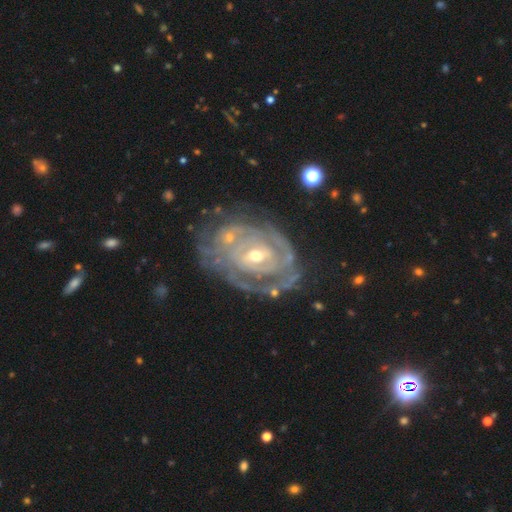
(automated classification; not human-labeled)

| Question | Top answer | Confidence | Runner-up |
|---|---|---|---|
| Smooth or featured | featured or disk | 85% | smooth (9%) |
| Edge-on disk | no | 96% | yes (4%) |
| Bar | no | 50% | weak (35%) |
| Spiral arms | yes | 81% | no (19%) |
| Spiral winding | tight | 73% | medium (20%) |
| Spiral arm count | can't tell | 47% | 2 (22%) |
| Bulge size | small | 52% | moderate (44%) |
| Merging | none | 61% | minor disturbance (21%) |